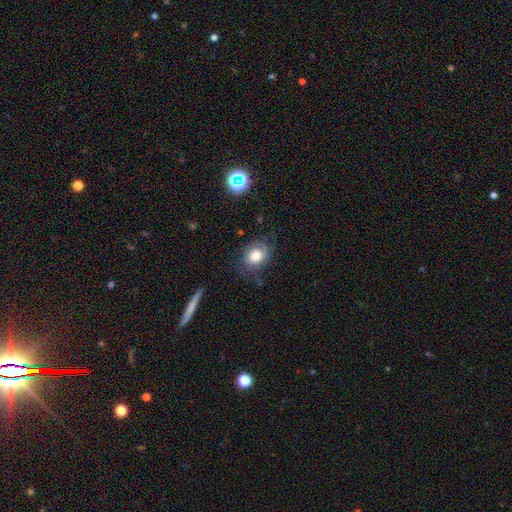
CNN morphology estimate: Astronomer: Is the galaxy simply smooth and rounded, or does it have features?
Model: smooth — 63%.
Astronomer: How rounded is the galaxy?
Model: round — 53% (runner-up: in between, 46%).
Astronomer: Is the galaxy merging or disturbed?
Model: none — 61%.